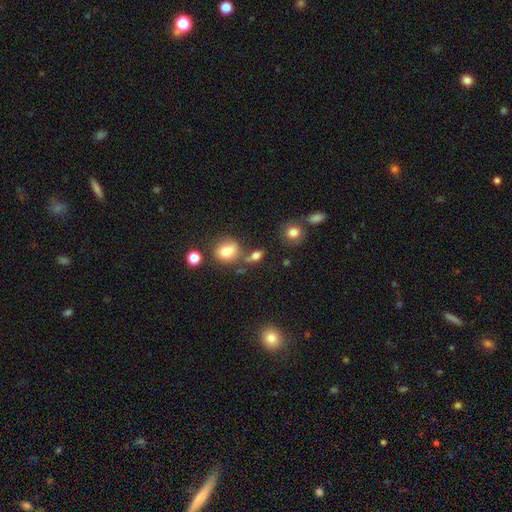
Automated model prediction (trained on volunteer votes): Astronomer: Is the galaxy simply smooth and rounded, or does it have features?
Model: smooth — 75%.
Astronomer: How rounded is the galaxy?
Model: in between — 64%.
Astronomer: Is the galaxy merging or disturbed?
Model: none — 53%.